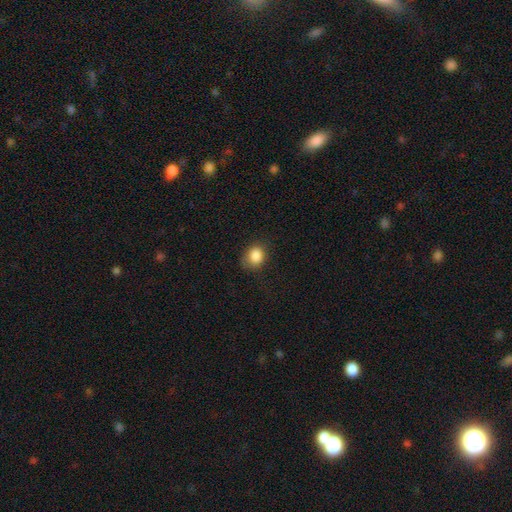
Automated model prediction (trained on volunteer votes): Smooth or featured: smooth — 86% (star or artifact — 10%)
How rounded: round — 57% (in between — 42%)
Merging: none — 72% (minor disturbance — 21%)